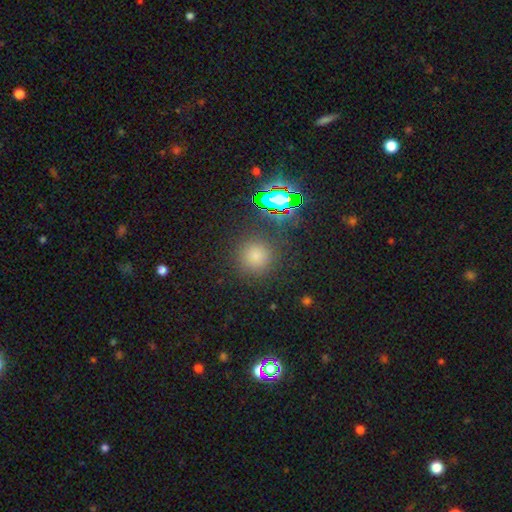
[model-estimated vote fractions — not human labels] Overall: smooth (71%). How rounded: round (94%). Merging: none (87%).